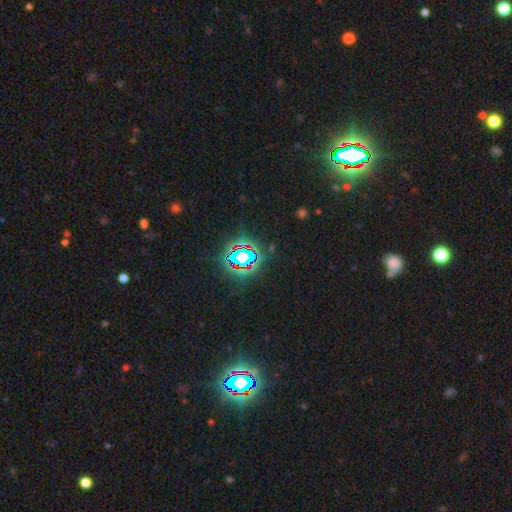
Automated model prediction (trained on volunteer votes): Morphology: type=star or artifact (81%).